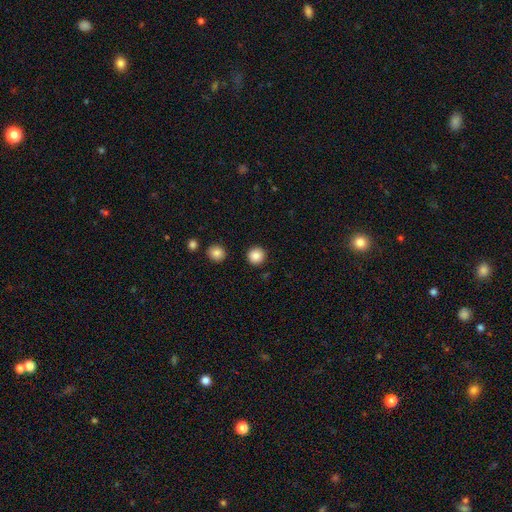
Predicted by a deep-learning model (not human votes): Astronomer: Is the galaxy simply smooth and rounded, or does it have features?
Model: smooth — 87%.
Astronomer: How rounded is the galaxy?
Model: round — 95%.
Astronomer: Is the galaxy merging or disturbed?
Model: none — 92%.